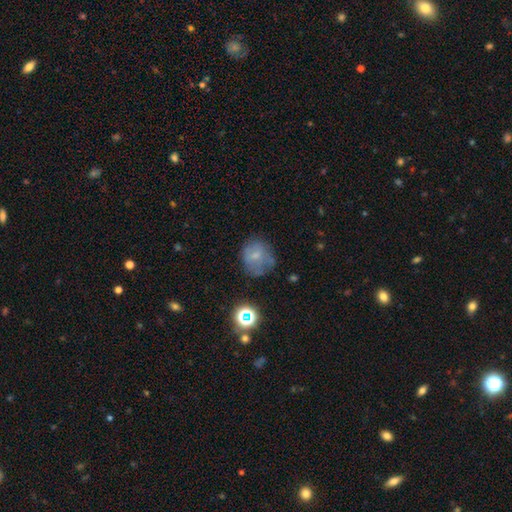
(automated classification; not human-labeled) Morphology: type=smooth (65%); roundness=round (73%); merging=none (55%).